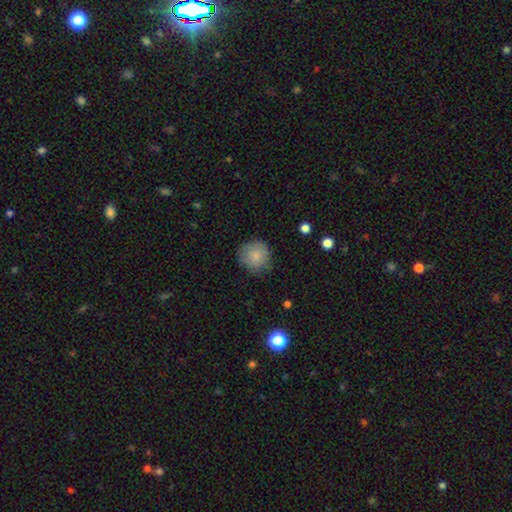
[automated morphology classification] smooth 82%, featured or disk 9%, star or artifact 8%. Down the decision tree: how rounded — round (91%); merging — none (77%).